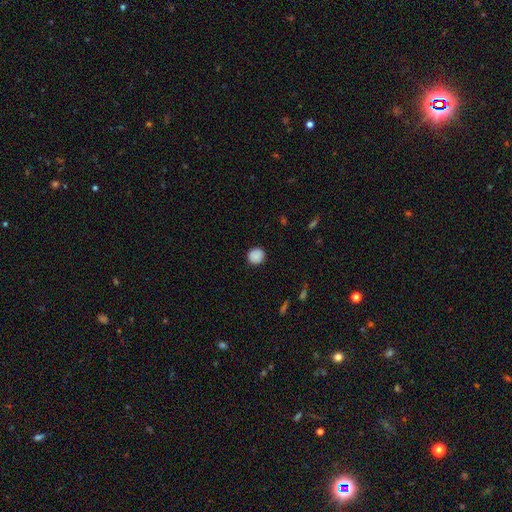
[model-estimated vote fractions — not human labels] Smooth or featured? Predicted: smooth (p=0.87). How rounded? Predicted: round (p=0.85). Merging? Predicted: none (p=0.87).